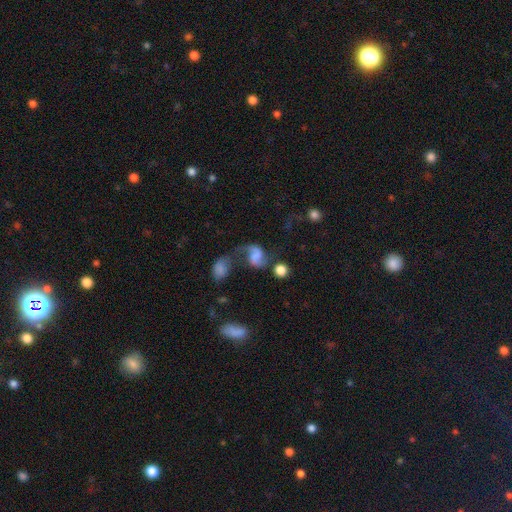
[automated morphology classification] Q: Smooth or featured?
A: featured or disk (60%); runner-up: smooth (28%)
Q: Edge-on disk?
A: no (97%); runner-up: yes (3%)
Q: Bar?
A: no (50%); runner-up: weak (35%)
Q: Spiral arms?
A: yes (88%); runner-up: no (12%)
Q: Spiral winding?
A: loose (74%); runner-up: medium (21%)
Q: Spiral arm count?
A: 2 (82%); runner-up: 1 (12%)
Q: Bulge size?
A: none (45%); runner-up: small (17%)
Q: Merging?
A: none (34%); runner-up: merger (29%)